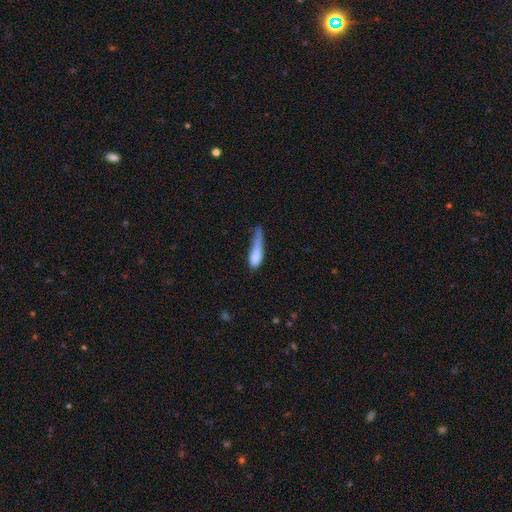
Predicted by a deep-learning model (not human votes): A smooth galaxy with no disk features (74%) that is cigar-shaped (65%). Merging: minor disturbance (36%).